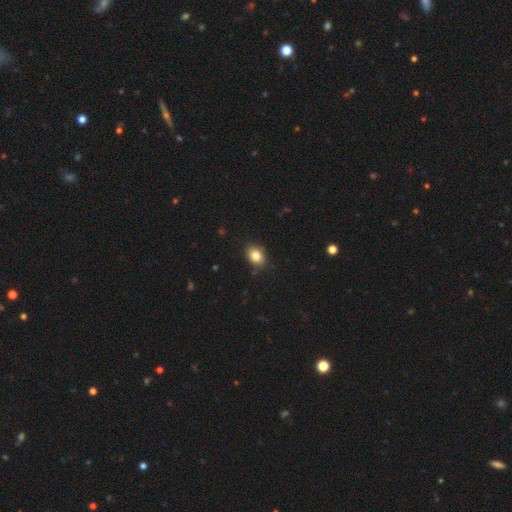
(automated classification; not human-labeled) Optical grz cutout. It shows a smooth galaxy with no disk features (84%) that is in between round and cigar-shaped (69%). Merging: none (85%).